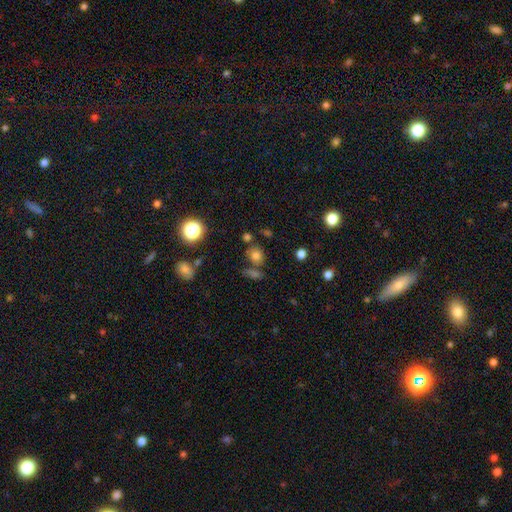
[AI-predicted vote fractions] This is likely a smooth galaxy (73%). How rounded: likely round (73%). Merging: likely none (68%).